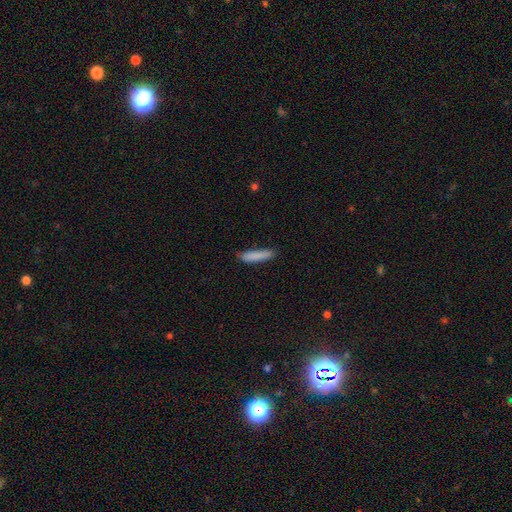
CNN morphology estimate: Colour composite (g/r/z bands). It shows a smooth galaxy with no disk features (86%) that is cigar-shaped (85%). Merging: none (81%).